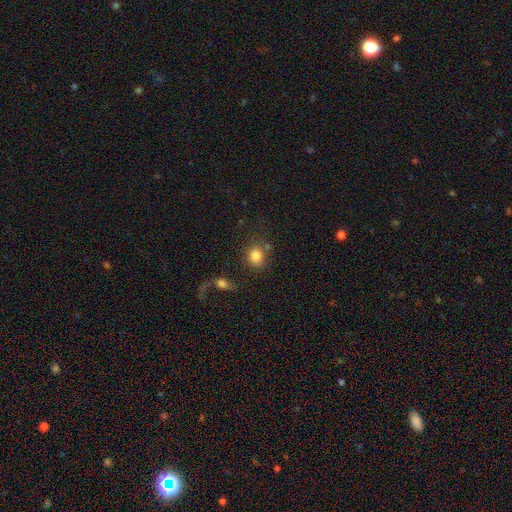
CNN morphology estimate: smooth-or-featured: smooth: 83% | star or artifact: 9% | featured or disk: 7%
  how-rounded: round: 72% | in between: 26% | cigar-shaped: 1%
  merging: none: 62% | merger: 17% | minor disturbance: 13% | major disturbance: 9%